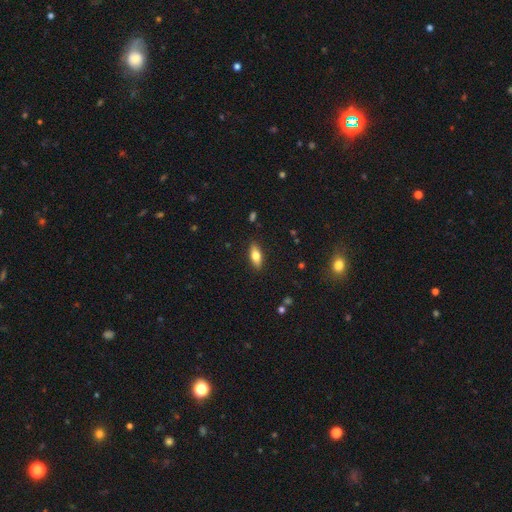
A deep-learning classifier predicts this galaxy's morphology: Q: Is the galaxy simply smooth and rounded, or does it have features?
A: smooth — 71%.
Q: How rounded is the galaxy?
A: in between — 75%.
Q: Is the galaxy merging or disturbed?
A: none — 88%.